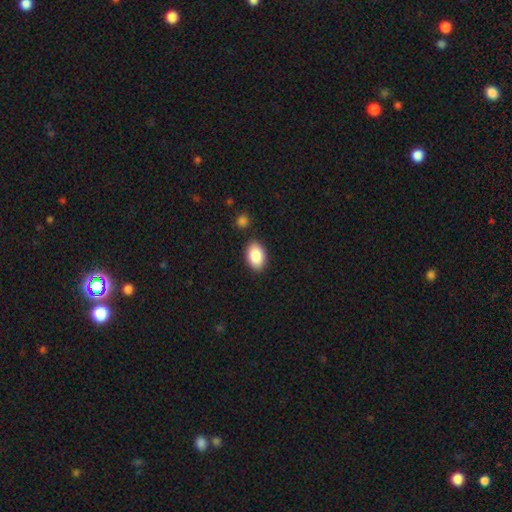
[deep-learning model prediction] Q: Smooth or featured?
A: smooth (88%); runner-up: star or artifact (7%)
Q: How rounded?
A: in between (90%); runner-up: round (9%)
Q: Merging?
A: none (86%); runner-up: minor disturbance (9%)